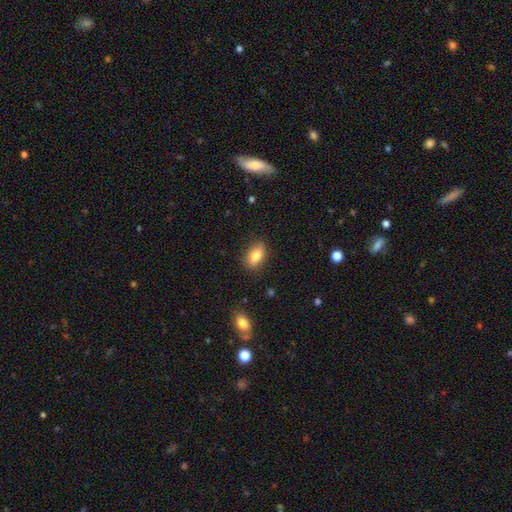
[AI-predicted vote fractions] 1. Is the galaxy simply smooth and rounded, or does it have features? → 81% smooth, 12% featured or disk, 8% star or artifact.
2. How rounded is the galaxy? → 85% in between, 10% round, 4% cigar-shaped.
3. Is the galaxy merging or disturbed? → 82% none, 13% minor disturbance, 3% major disturbance, 1% merger.